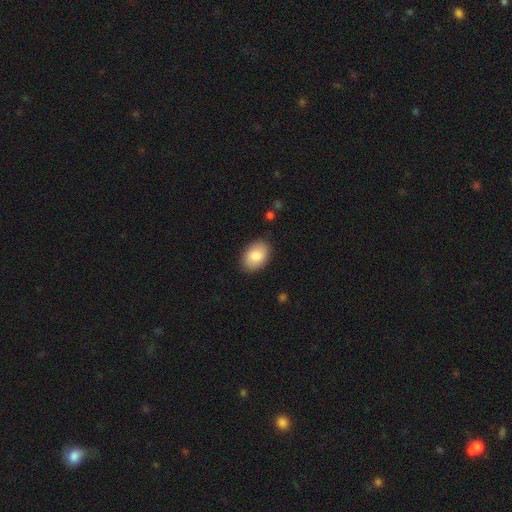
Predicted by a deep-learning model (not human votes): smooth-or-featured: smooth: 85% | featured or disk: 9% | star or artifact: 6%
  how-rounded: in between: 85% | round: 14% | cigar-shaped: 1%
  merging: none: 87% | minor disturbance: 10% | major disturbance: 2% | merger: 1%